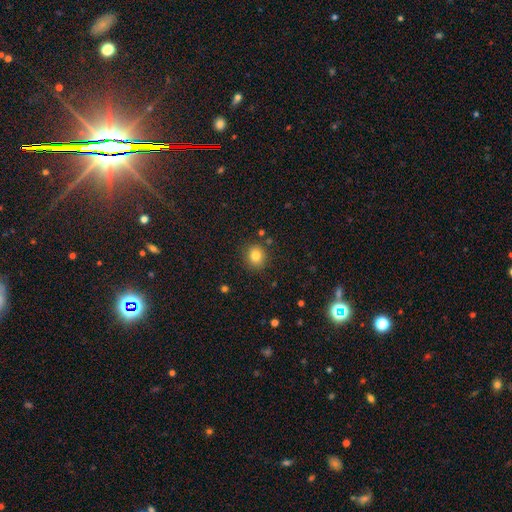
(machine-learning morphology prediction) Smooth or featured: smooth — 81% (star or artifact — 12%)
How rounded: round — 81% (in between — 18%)
Merging: none — 87% (minor disturbance — 8%)